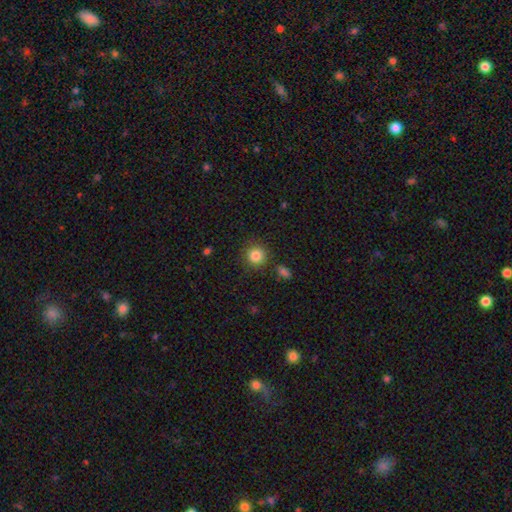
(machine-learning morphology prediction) This is clearly a smooth galaxy (85%). How rounded: clearly round (92%). Merging: clearly none (85%).